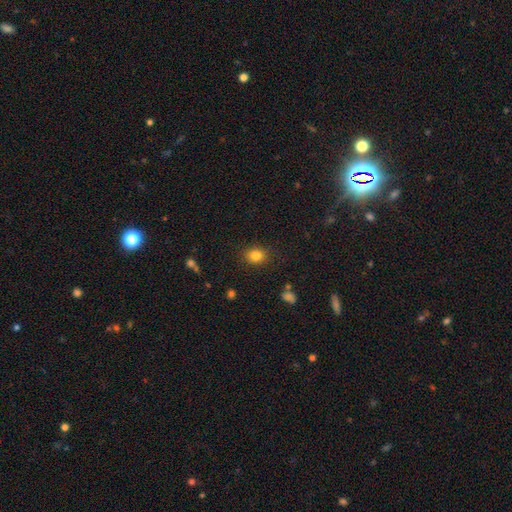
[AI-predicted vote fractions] A smooth galaxy with no disk features (83%) that is round (62%).

Vote fractions:
- Smooth or featured? smooth: 83% / star or artifact: 11% / featured or disk: 6%
- How rounded? round: 62% / in between: 37% / cigar-shaped: 1%
- Merging? none: 86% / minor disturbance: 9% / major disturbance: 3% / merger: 1%